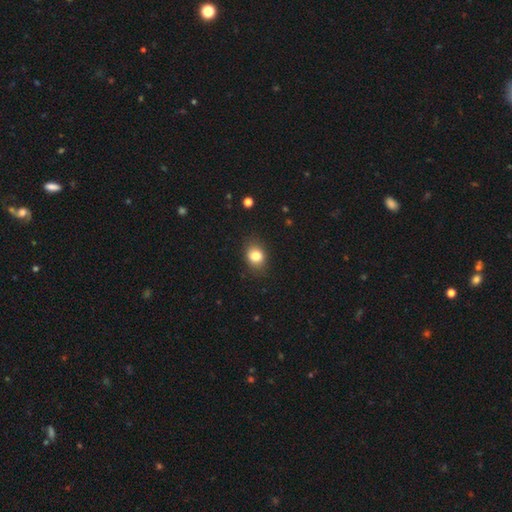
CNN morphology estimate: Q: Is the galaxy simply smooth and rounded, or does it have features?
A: smooth — 82%.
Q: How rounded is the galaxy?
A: round — 50%.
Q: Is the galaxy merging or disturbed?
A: none — 84%.